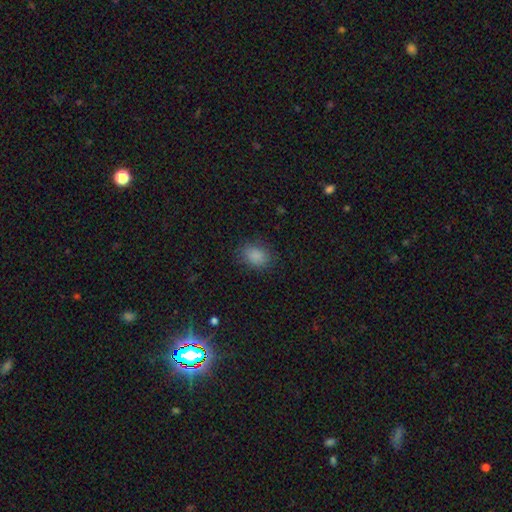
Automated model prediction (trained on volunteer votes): smooth 86%, star or artifact 10%, featured or disk 4%. Down the decision tree: how rounded — in between (70%); merging — none (82%).